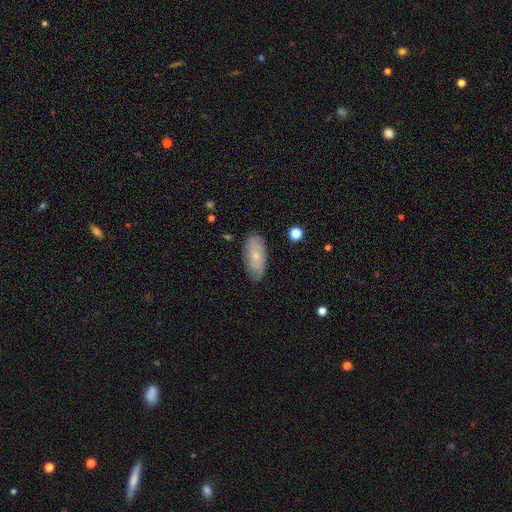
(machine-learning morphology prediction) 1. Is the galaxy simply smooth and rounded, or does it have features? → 57% smooth, 36% featured or disk, 7% star or artifact.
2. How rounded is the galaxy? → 89% in between, 8% cigar-shaped, 3% round.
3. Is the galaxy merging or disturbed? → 80% none, 16% minor disturbance, 3% major disturbance, 1% merger.